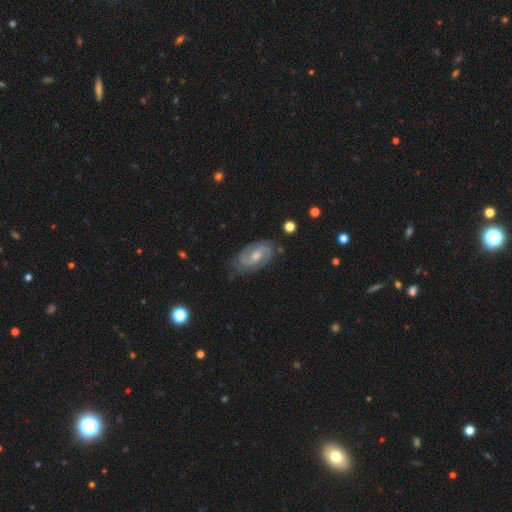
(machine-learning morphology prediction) The model was most divided on "bar" (2-way tie): weak: 45%, no: 45%, strong: 10%. Remaining: spiral arms — yes (97%); edge-on disk — no (97%); smooth or featured — featured or disk (88%); spiral arm count — 2 (88%); merging — none (77%); bulge size — moderate (54%); spiral winding — medium (48%).